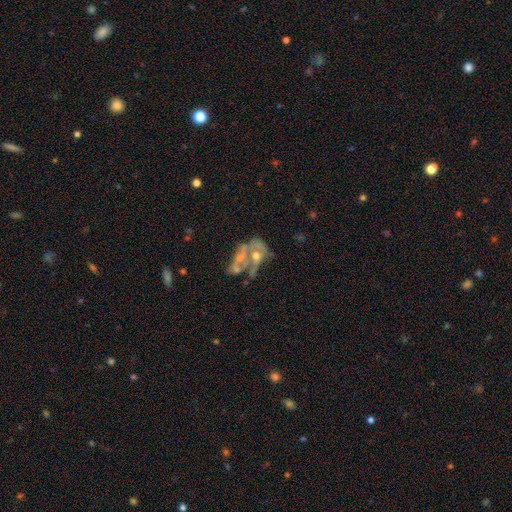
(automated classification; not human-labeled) Smooth or featured? Predicted: featured or disk (p=0.64). Edge-on disk? Predicted: no (p=0.96). Bar? Predicted: no (p=0.83). Spiral arms? Predicted: no (p=0.73). Bulge size? Predicted: moderate (p=0.44). Merging? Predicted: merger (p=0.40).